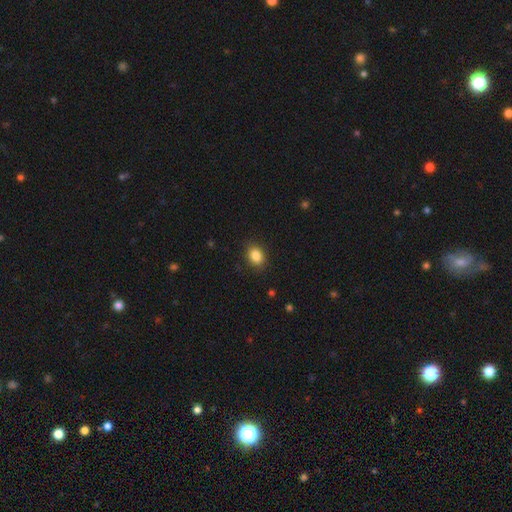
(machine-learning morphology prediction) type=smooth (87%); roundness=in between (65%); merging=none (87%).